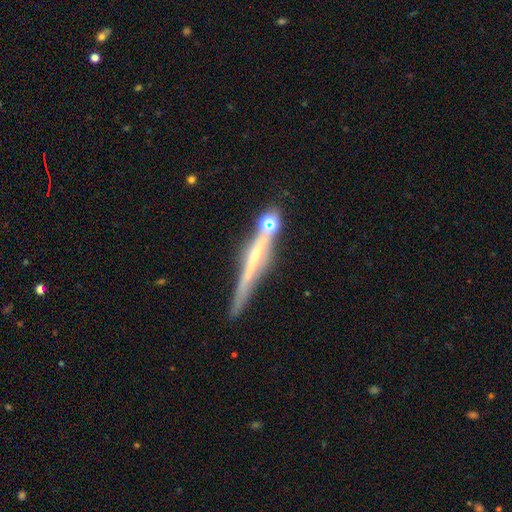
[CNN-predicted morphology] featured or disk 72%, smooth 19%, star or artifact 10%. Down the decision tree: edge-on disk — yes (94%); edge-on bulge — rounded (56%); merging — none (69%).